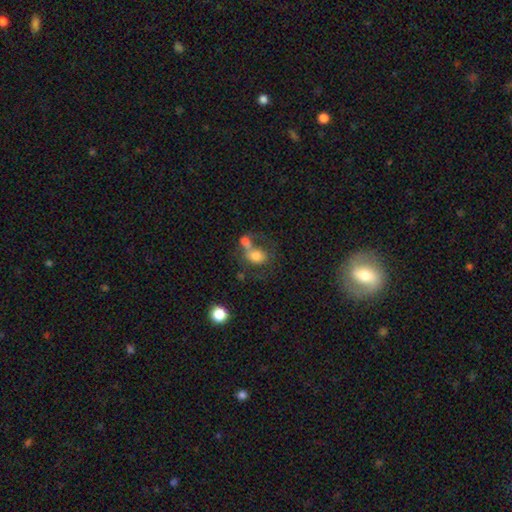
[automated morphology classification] Overall: smooth (69%). How rounded: in between (50%; round 49%). Merging: merger (53%; none 23%).